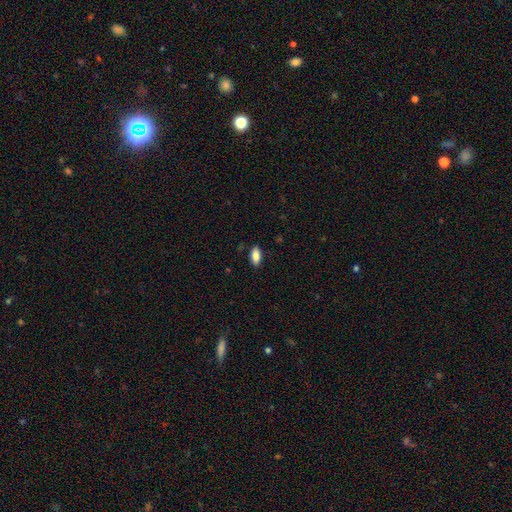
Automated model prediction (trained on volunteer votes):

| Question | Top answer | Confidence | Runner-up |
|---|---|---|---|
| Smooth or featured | smooth | 85% | featured or disk (8%) |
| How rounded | in between | 86% | cigar-shaped (11%) |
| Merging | none | 87% | minor disturbance (10%) |